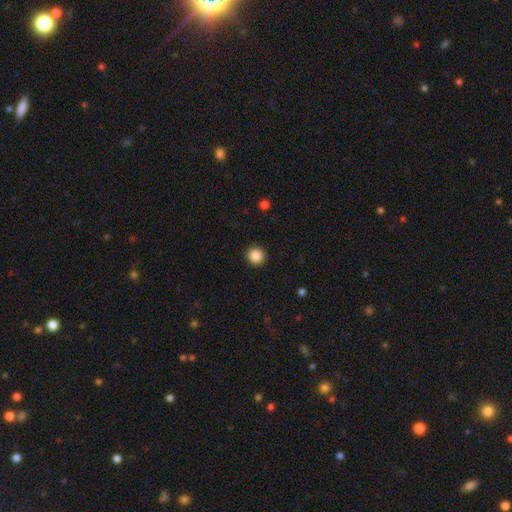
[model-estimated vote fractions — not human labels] A smooth galaxy with no disk features (86%) that is round (92%). Merging: none (92%).